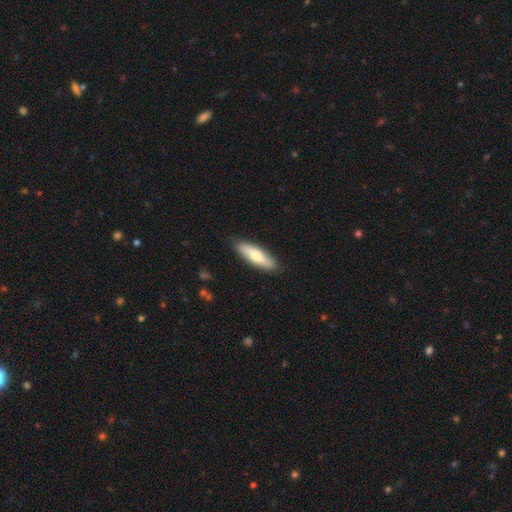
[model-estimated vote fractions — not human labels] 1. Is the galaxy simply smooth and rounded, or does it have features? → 66% smooth, 29% featured or disk, 5% star or artifact.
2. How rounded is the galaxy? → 59% cigar-shaped, 39% in between, 2% round.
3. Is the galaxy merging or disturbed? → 87% none, 10% minor disturbance, 2% major disturbance, 1% merger.